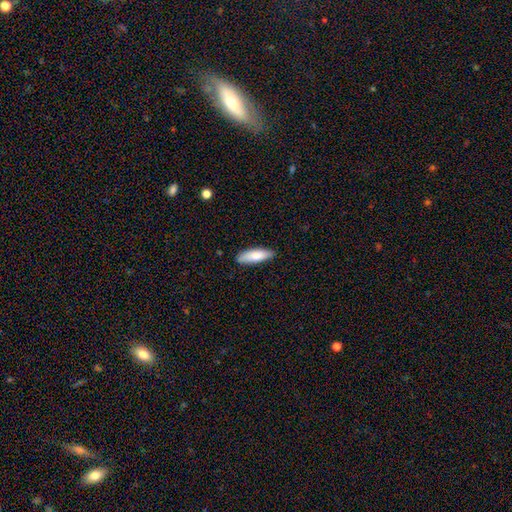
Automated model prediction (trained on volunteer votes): This is clearly a smooth galaxy (81%). How rounded: possibly cigar-shaped (50%). Merging: clearly none (87%).